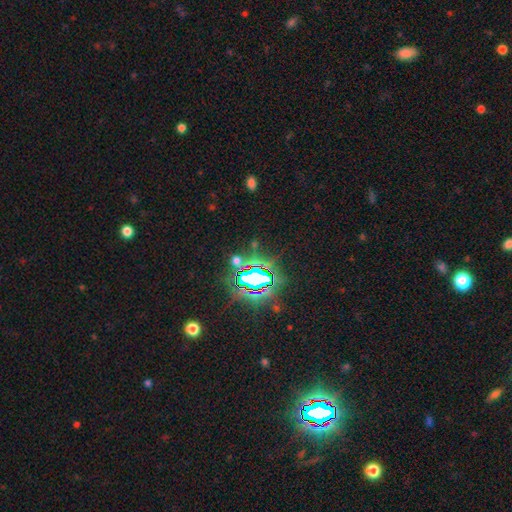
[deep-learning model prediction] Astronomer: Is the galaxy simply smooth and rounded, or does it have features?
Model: star or artifact — 82%.